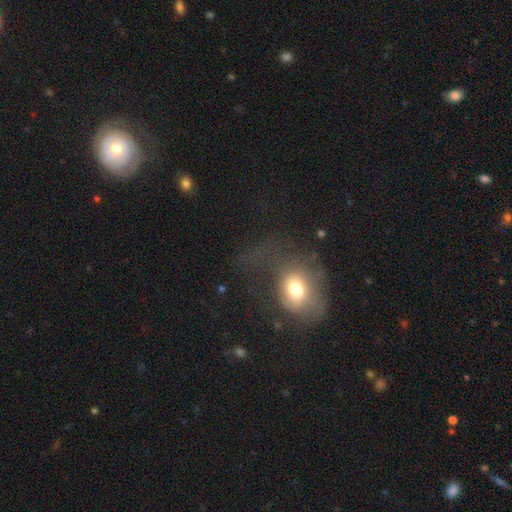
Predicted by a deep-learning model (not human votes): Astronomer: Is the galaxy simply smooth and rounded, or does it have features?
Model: smooth — 54%.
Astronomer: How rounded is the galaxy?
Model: round — 50% (runner-up: in between, 49%).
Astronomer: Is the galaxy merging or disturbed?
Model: major disturbance — 40% (runner-up: none, 35%).